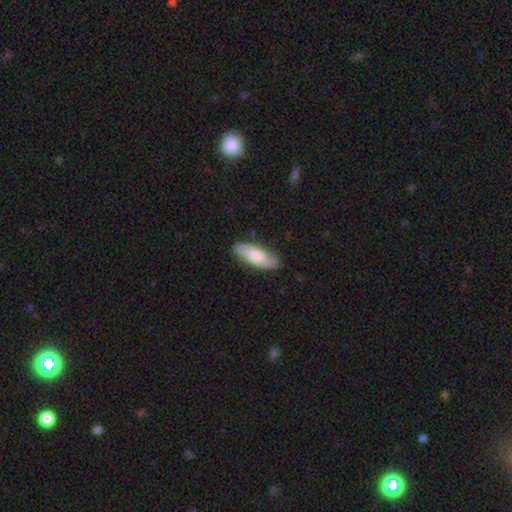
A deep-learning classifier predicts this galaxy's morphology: Overall: smooth (56%; featured or disk 39%). How rounded: in between (75%). Merging: none (82%).